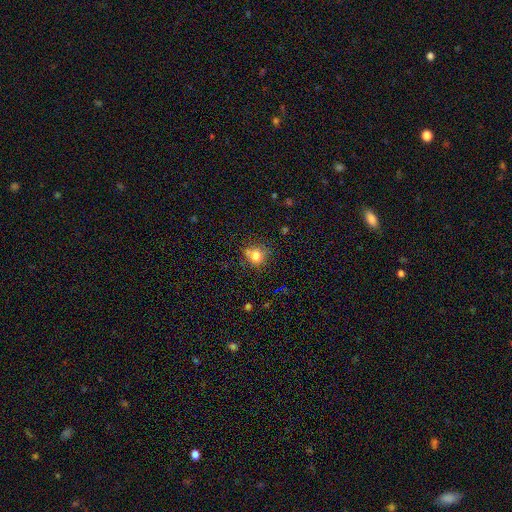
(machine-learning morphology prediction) smooth 76%, star or artifact 14%, featured or disk 10%. Down the decision tree: how rounded — round (79%); merging — none (64%).